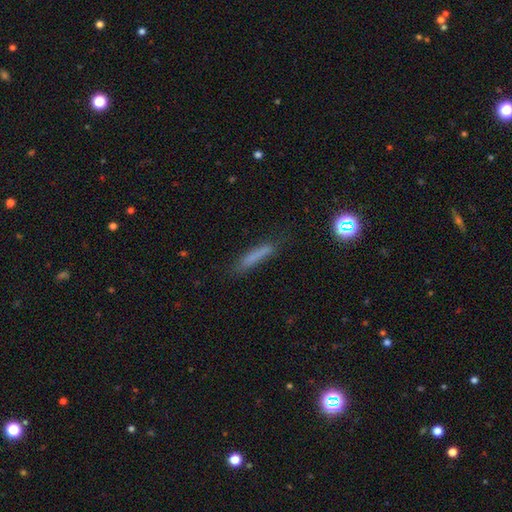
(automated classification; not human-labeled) smooth_or_featured: smooth (p=0.73) [alt: featured or disk p=0.15]
how_rounded: cigar-shaped (p=0.89) [alt: in between p=0.09]
merging: none (p=0.71) [alt: minor disturbance p=0.20]